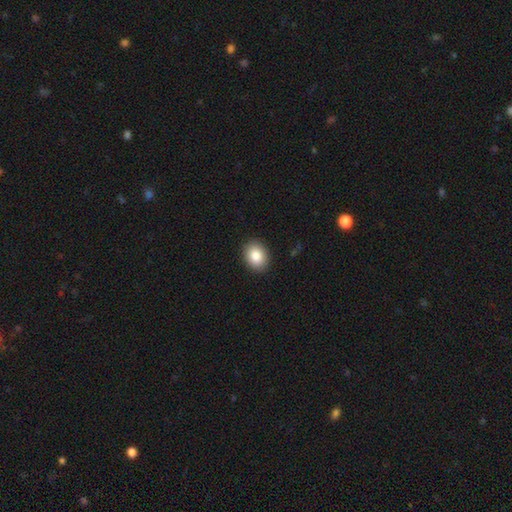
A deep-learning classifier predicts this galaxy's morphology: A smooth galaxy with no disk features (86%) that is in between round and cigar-shaped (57%).

Vote fractions:
- Smooth or featured? smooth: 86% / star or artifact: 8% / featured or disk: 7%
- How rounded? in between: 57% / round: 42% / cigar-shaped: 1%
- Merging? none: 90% / minor disturbance: 7% / major disturbance: 2% / merger: 1%